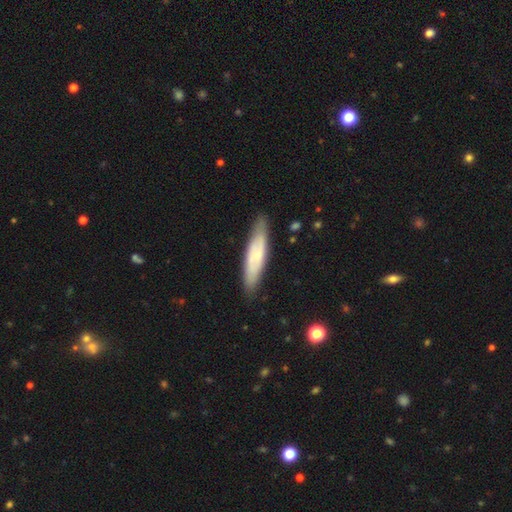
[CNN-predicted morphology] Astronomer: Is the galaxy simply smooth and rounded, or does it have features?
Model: smooth — 50% (runner-up: featured or disk, 44%).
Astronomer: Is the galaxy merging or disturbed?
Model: none — 83%.